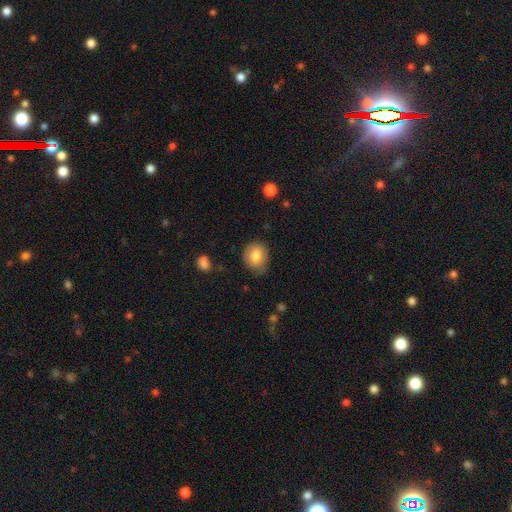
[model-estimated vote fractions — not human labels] Q: Smooth or featured?
A: smooth (80%); runner-up: featured or disk (11%)
Q: How rounded?
A: round (66%); runner-up: in between (33%)
Q: Merging?
A: none (74%); runner-up: minor disturbance (20%)